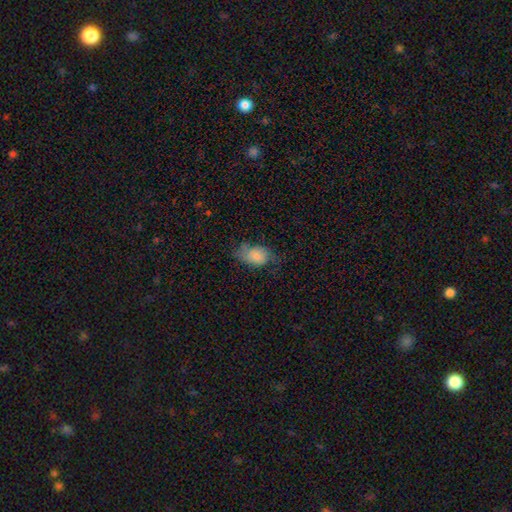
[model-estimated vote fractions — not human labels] Smooth or featured? Predicted: smooth (p=0.65). How rounded? Predicted: in between (p=0.86). Merging? Predicted: none (p=0.44).